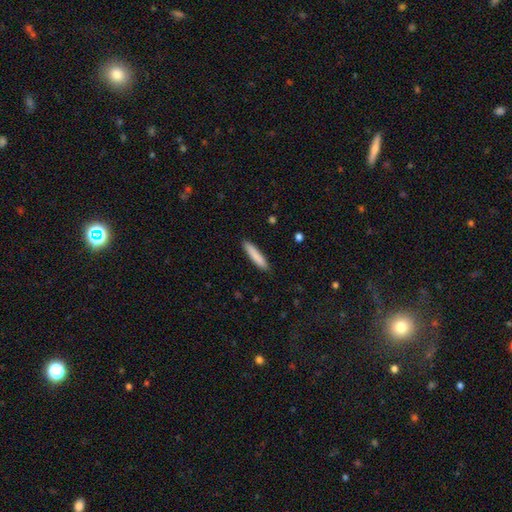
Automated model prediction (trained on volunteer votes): This appears to be a smooth galaxy with no disk features (85%) that is cigar-shaped (87%). Merging: none (88%).